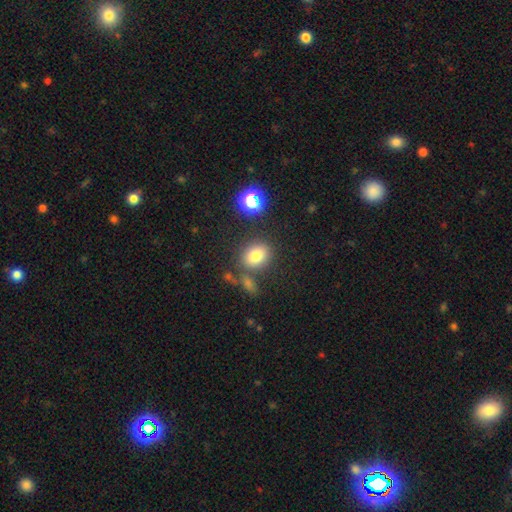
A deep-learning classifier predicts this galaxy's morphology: Smooth or featured? Predicted: smooth (p=0.77). How rounded? Predicted: in between (p=0.55). Merging? Predicted: none (p=0.73).